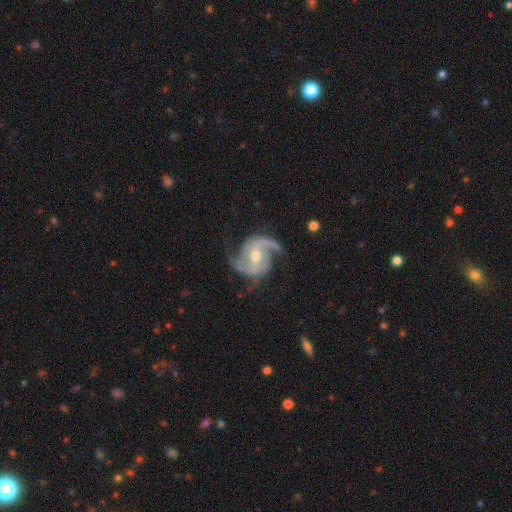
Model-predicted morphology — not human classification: The model was most divided on "bar": weak: 45%, no: 32%, strong: 23%. More confident: edge-on disk — no (98%); spiral arms — yes (98%); smooth or featured — featured or disk (91%); spiral arm count — 2 (73%); merging — none (69%); bulge size — moderate (67%); spiral winding — medium (51%).